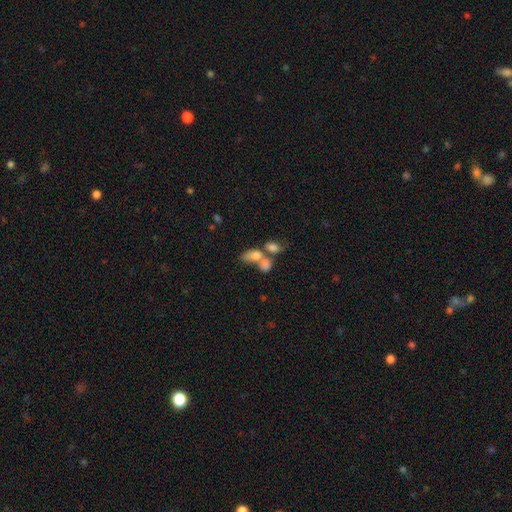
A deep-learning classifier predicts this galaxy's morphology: Q: Smooth or featured?
A: smooth (71%); runner-up: featured or disk (18%)
Q: How rounded?
A: in between (83%); runner-up: round (13%)
Q: Merging?
A: merger (66%); runner-up: none (19%)